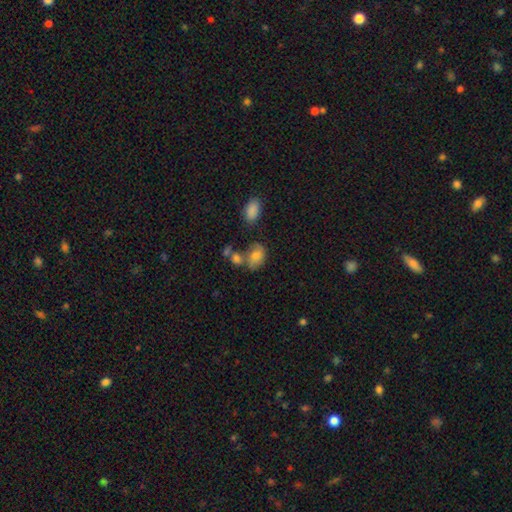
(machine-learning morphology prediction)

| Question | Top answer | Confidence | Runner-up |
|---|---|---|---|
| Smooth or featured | smooth | 73% | featured or disk (17%) |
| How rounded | in between | 73% | round (26%) |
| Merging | none | 45% | merger (26%) |